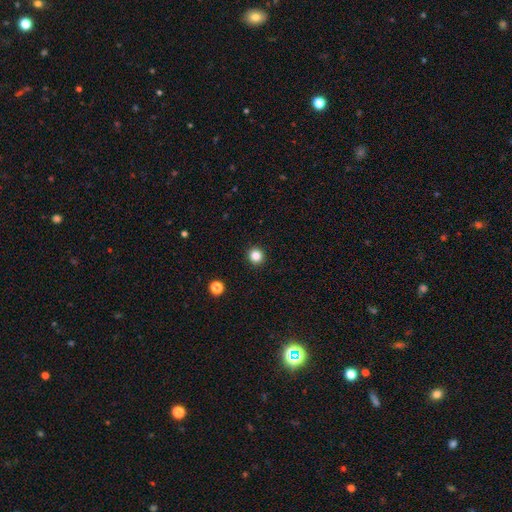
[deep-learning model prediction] Smooth or featured: smooth — 84% (star or artifact — 12%)
How rounded: round — 94% (in between — 5%)
Merging: none — 93% (minor disturbance — 4%)